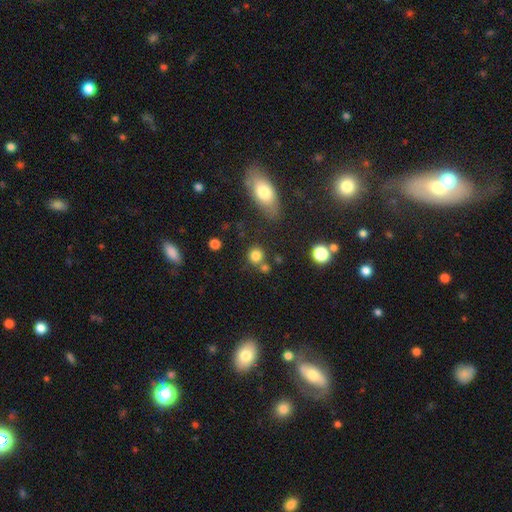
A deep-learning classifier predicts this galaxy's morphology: Smooth or featured: smooth — 81% (star or artifact — 13%)
How rounded: round — 86% (in between — 13%)
Merging: none — 68% (merger — 17%)